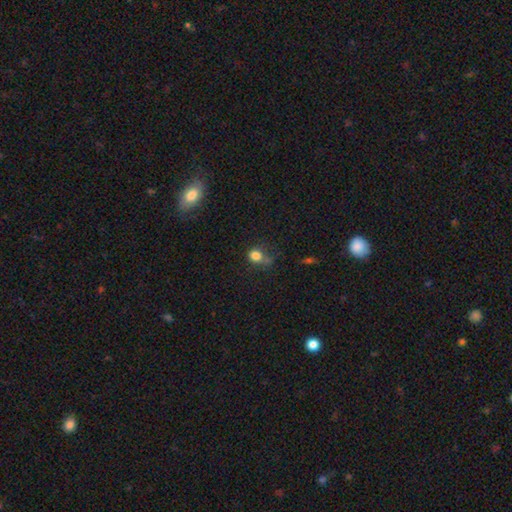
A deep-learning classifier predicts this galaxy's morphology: smooth_or_featured: smooth (p=0.79) [alt: star or artifact p=0.13]
how_rounded: round (p=0.71) [alt: in between p=0.28]
merging: none (p=0.52) [alt: minor disturbance p=0.23]